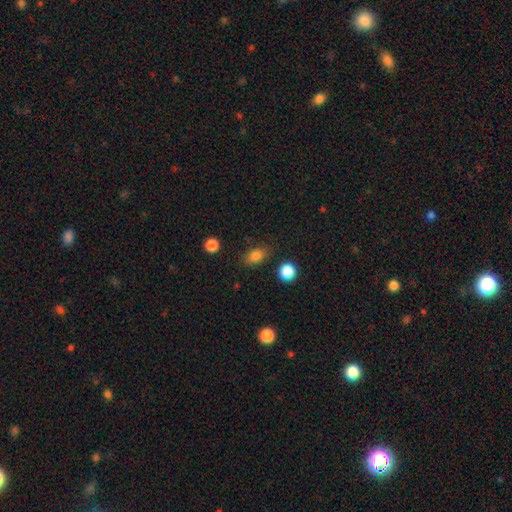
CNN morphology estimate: Q: Smooth or featured?
A: smooth (83%); runner-up: star or artifact (11%)
Q: How rounded?
A: in between (74%); runner-up: round (23%)
Q: Merging?
A: none (81%); runner-up: minor disturbance (13%)